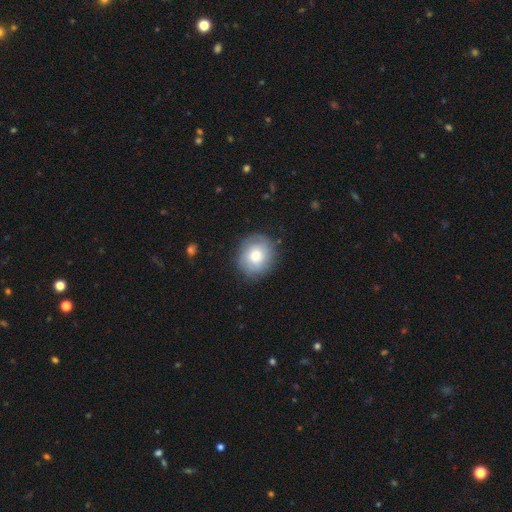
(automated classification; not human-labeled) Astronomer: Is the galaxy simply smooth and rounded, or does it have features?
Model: smooth — 72%.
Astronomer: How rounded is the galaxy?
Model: round — 76%.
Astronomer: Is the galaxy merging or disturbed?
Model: none — 83%.